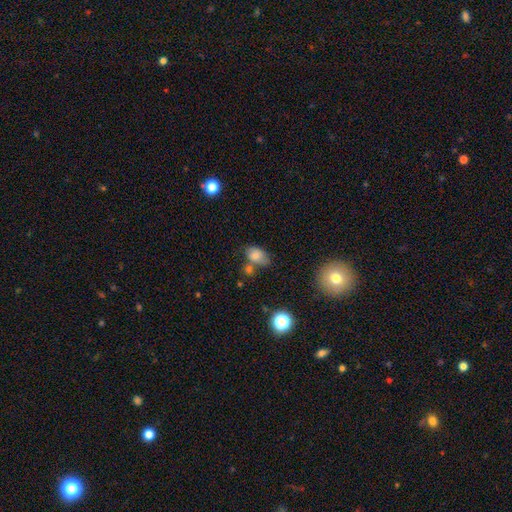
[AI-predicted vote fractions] Q: Smooth or featured?
A: smooth (75%); runner-up: featured or disk (13%)
Q: How rounded?
A: in between (84%); runner-up: round (14%)
Q: Merging?
A: none (48%); runner-up: minor disturbance (24%)